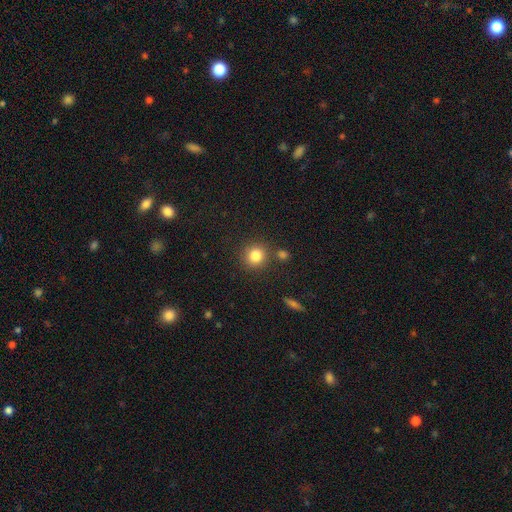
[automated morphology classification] This is clearly a smooth galaxy (84%). How rounded: clearly round (88%). Merging: clearly none (80%).